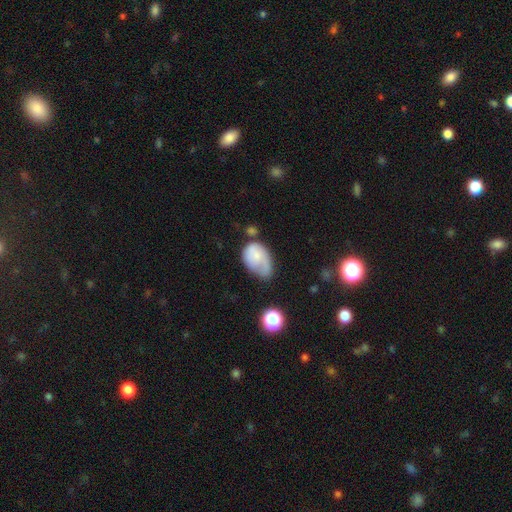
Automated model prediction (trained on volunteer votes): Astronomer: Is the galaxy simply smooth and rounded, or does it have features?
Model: smooth — 60%.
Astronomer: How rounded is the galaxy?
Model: in between — 81%.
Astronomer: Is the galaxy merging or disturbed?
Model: minor disturbance — 34% (runner-up: major disturbance, 30%).